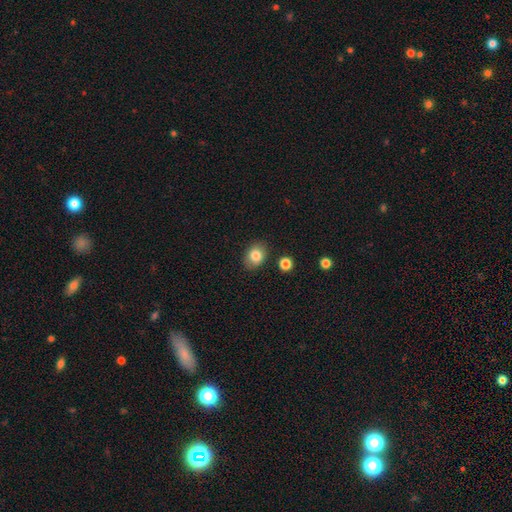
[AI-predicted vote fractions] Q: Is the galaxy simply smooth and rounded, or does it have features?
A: smooth — 83%.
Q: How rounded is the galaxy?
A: in between — 64%.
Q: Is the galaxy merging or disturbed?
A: none — 83%.